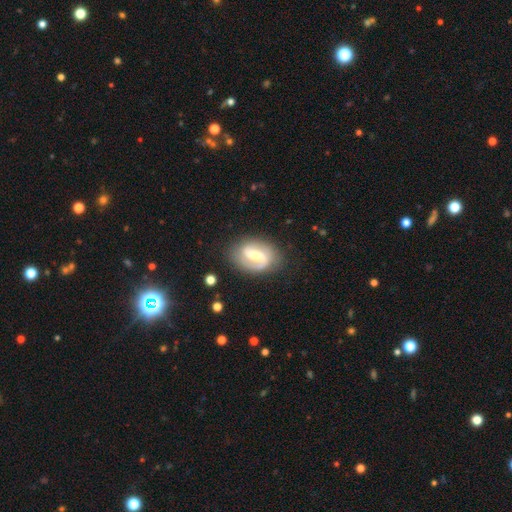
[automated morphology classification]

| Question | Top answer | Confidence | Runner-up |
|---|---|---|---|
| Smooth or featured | featured or disk | 80% | smooth (15%) |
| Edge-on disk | no | 97% | yes (3%) |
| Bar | weak | 44% | strong (38%) |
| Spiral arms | yes | 91% | no (9%) |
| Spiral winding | medium | 46% | tight (28%) |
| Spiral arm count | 2 | 78% | 1 (13%) |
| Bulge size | moderate | 53% | small (34%) |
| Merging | none | 77% | minor disturbance (15%) |